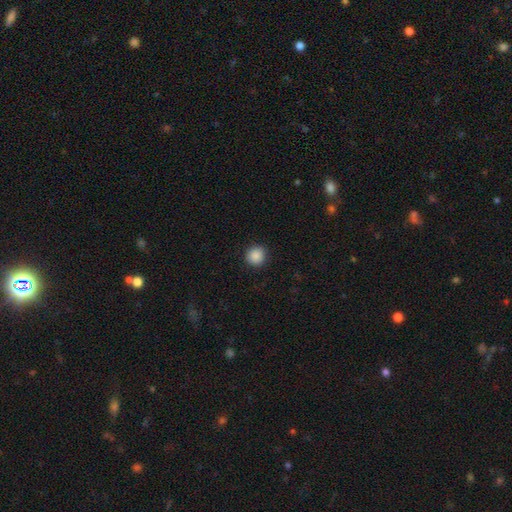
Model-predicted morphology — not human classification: Smooth or featured?
  - smooth: 88% *
  - star or artifact: 9%
  - featured or disk: 3%
How rounded?
  - round: 92% *
  - in between: 7%
  - cigar-shaped: 1%
Merging?
  - none: 91% *
  - minor disturbance: 6%
  - major disturbance: 2%
  - merger: 1%